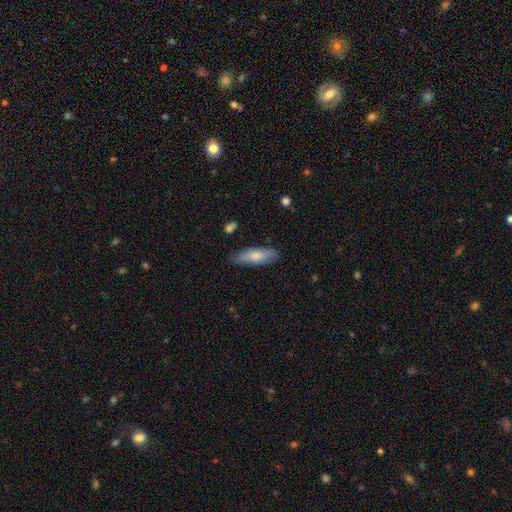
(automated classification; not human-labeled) Morphology: type=smooth (74%); roundness=in between (55%); merging=none (82%).